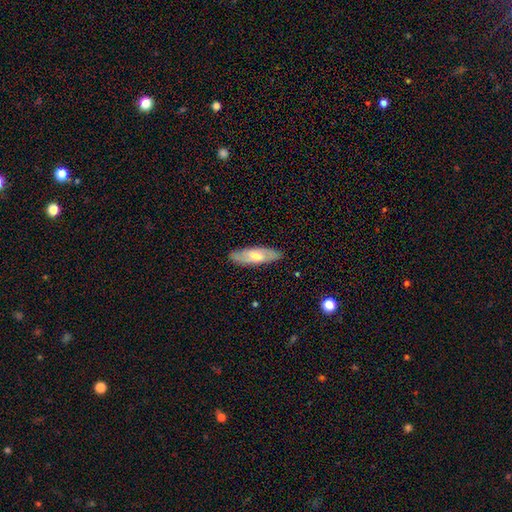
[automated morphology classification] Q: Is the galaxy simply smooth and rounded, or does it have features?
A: smooth — 55%.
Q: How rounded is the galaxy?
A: in between — 55%.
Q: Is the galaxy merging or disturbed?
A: none — 86%.